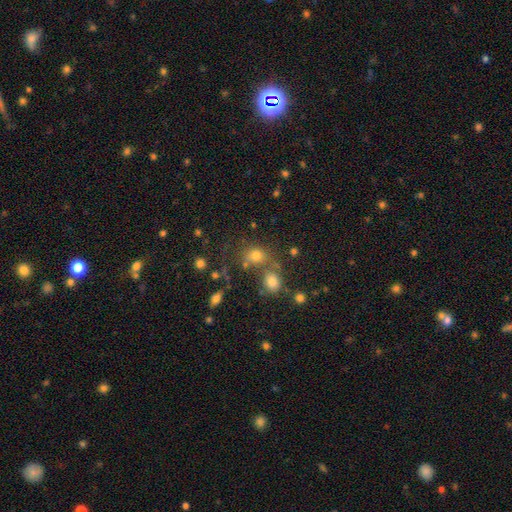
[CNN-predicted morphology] Overall: smooth (72%). How rounded: round (62%; in between 37%). Merging: none (51%; merger 30%).